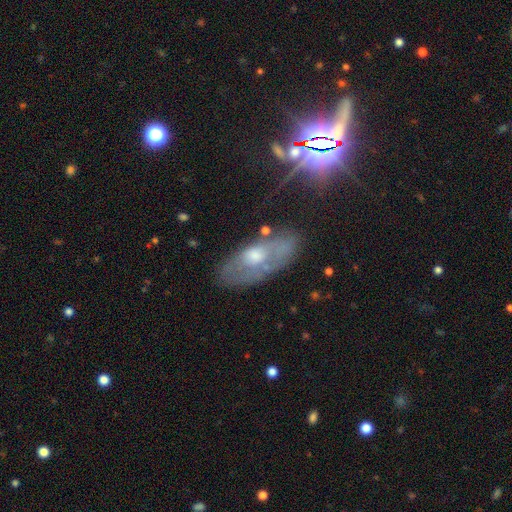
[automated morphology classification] A featured or disk galaxy (52%).

Vote fractions:
- Smooth or featured? featured or disk: 52% / smooth: 36% / star or artifact: 12%
- Edge-on disk? no: 81% / yes: 19%
- Merging? none: 60% / minor disturbance: 24% / major disturbance: 12% / merger: 3%